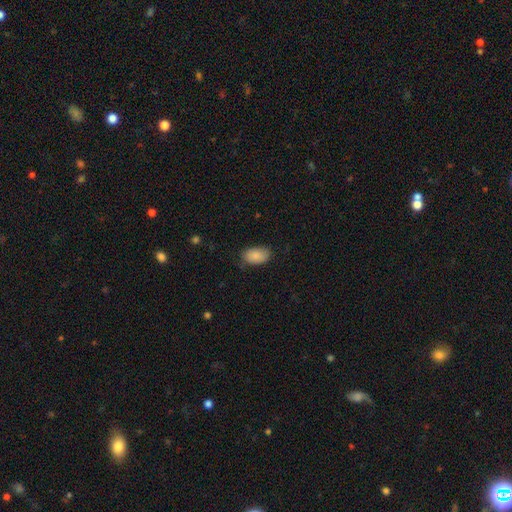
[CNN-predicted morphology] The model was most divided on "merging": none: 76%, minor disturbance: 19%, major disturbance: 4%, merger: 1%. More confident: how rounded — in between (93%); smooth or featured — smooth (86%).